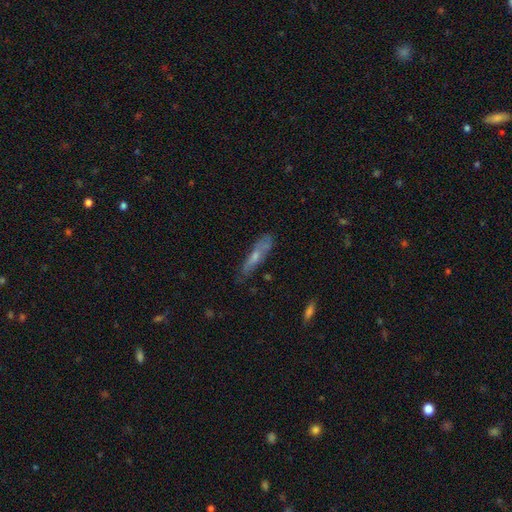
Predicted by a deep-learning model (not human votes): Smooth or featured: smooth — 47% (featured or disk — 45%)
Merging: none — 67% (minor disturbance — 24%)